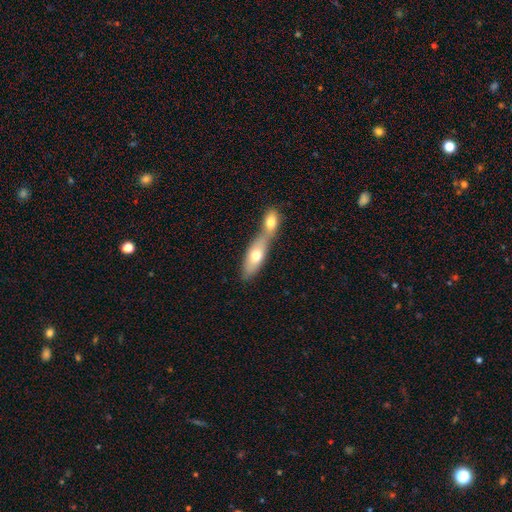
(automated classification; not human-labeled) A smooth galaxy with no disk features (66%) that is in between round and cigar-shaped (67%). Merging: merger (63%).